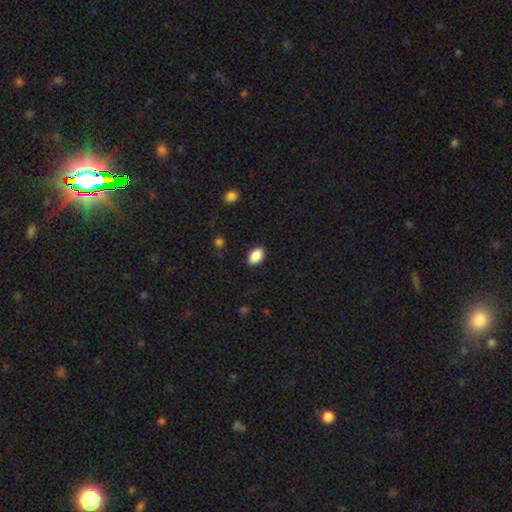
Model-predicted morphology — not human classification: A smooth galaxy with no disk features (88%) that is in between round and cigar-shaped (92%). Merging: none (88%).